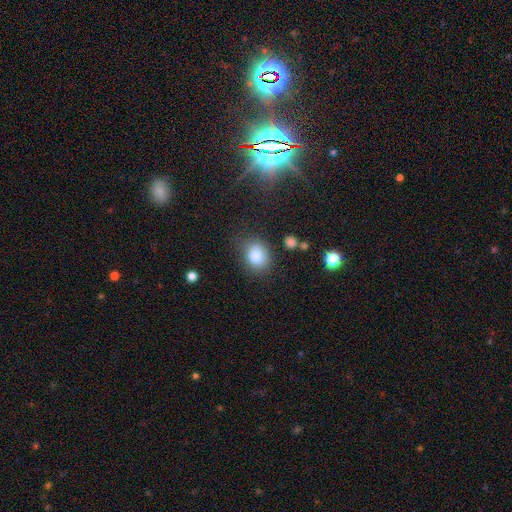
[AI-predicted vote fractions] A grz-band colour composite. It shows a smooth galaxy with no disk features (84%) that is in between round and cigar-shaped (50%). Merging: none (71%).